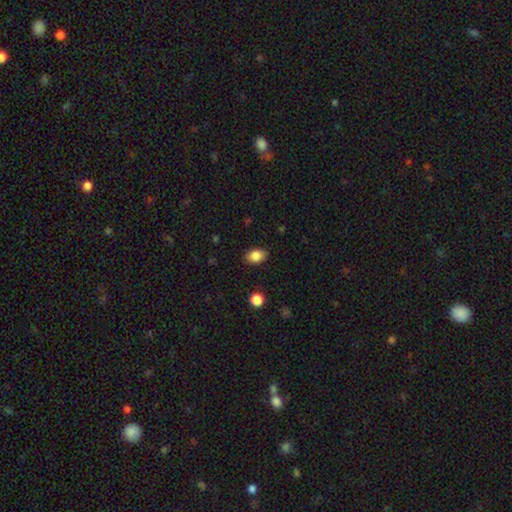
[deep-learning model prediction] smooth-or-featured: smooth: 86% | star or artifact: 9% | featured or disk: 5%
  how-rounded: in between: 77% | round: 22% | cigar-shaped: 1%
  merging: none: 86% | minor disturbance: 10% | major disturbance: 2% | merger: 1%